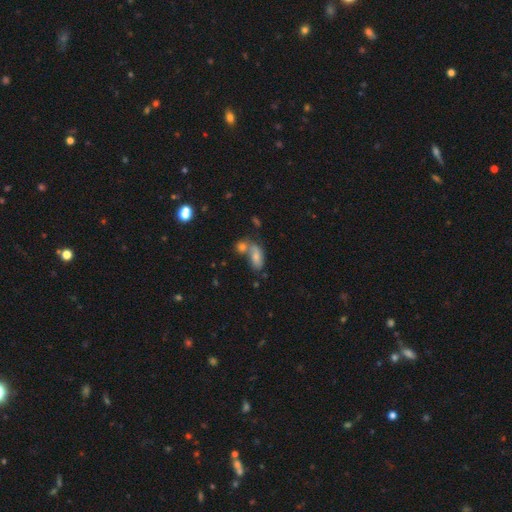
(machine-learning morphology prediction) Smooth or featured: smooth — 67% (featured or disk — 21%)
How rounded: in between — 84% (round — 8%)
Merging: merger — 46% (none — 34%)